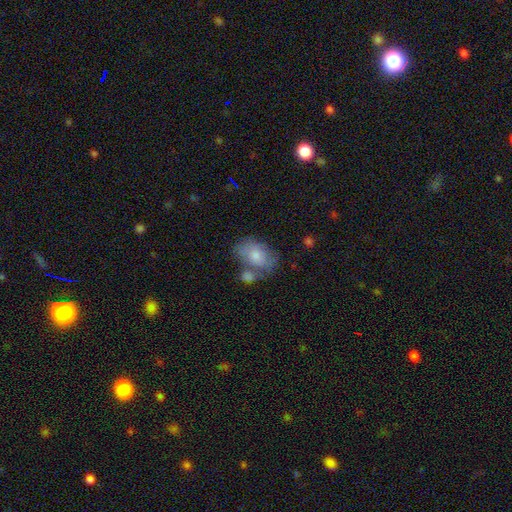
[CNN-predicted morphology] This is likely a smooth galaxy (73%). How rounded: clearly in between (85%). Merging: marginally none (44%).